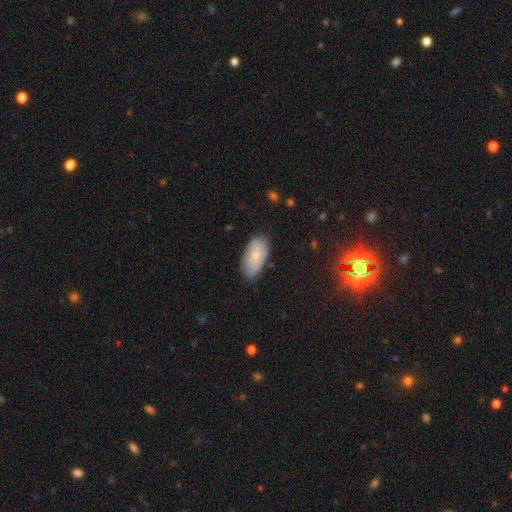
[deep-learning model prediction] Q: Smooth or featured?
A: smooth (71%); runner-up: featured or disk (21%)
Q: How rounded?
A: in between (94%); runner-up: round (3%)
Q: Merging?
A: none (71%); runner-up: minor disturbance (24%)